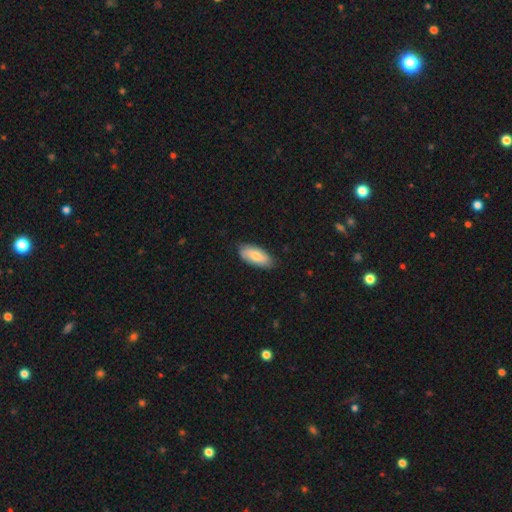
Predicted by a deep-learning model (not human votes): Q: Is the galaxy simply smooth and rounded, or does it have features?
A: smooth — 77%.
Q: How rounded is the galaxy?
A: in between — 87%.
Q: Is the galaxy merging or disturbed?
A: none — 82%.